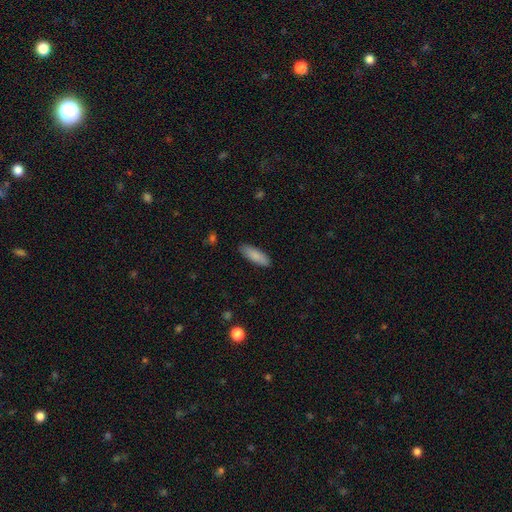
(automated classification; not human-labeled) smooth-or-featured: smooth: 86% | featured or disk: 8% | star or artifact: 6%
  how-rounded: in between: 58% | cigar-shaped: 40% | round: 2%
  merging: none: 87% | minor disturbance: 10% | major disturbance: 2% | merger: 1%